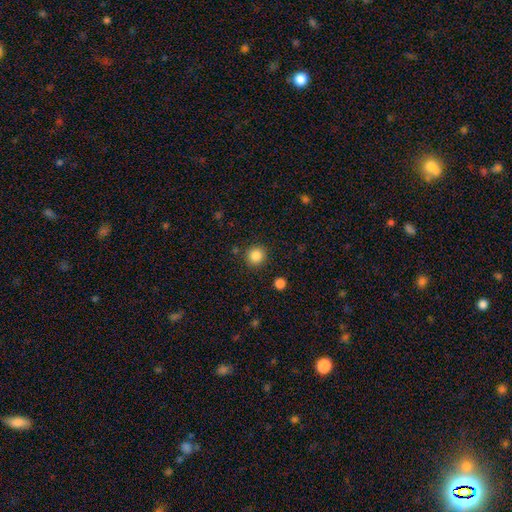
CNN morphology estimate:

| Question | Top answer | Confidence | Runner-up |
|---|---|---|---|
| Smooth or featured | smooth | 86% | star or artifact (10%) |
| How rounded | round | 92% | in between (7%) |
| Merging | none | 89% | minor disturbance (7%) |